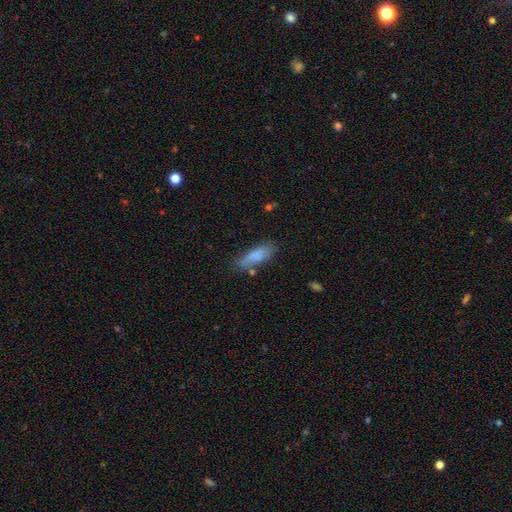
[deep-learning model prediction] smooth 81%, featured or disk 12%, star or artifact 7%. Down the decision tree: how rounded — cigar-shaped (51%); merging — none (70%).